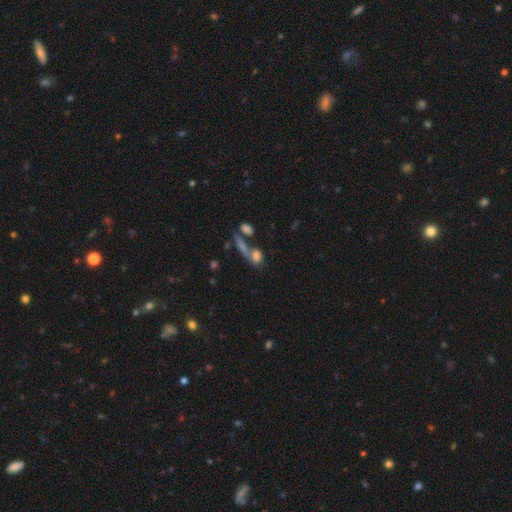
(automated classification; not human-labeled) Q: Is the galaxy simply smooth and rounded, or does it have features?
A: smooth — 72%.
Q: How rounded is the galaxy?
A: in between — 61%.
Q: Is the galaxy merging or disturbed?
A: merger — 43%.